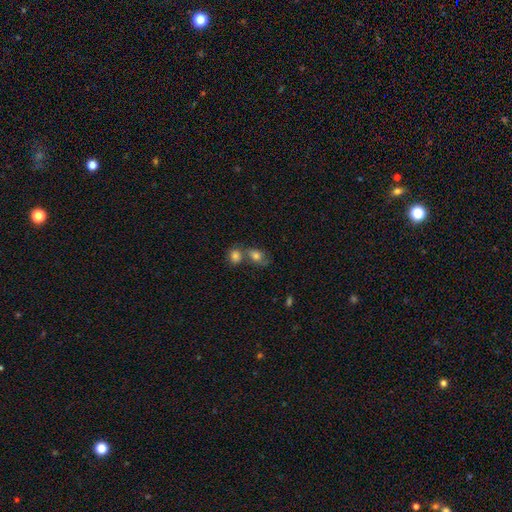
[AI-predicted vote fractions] Morphology: type=smooth (68%); roundness=in between (56%); merging=merger (45%).